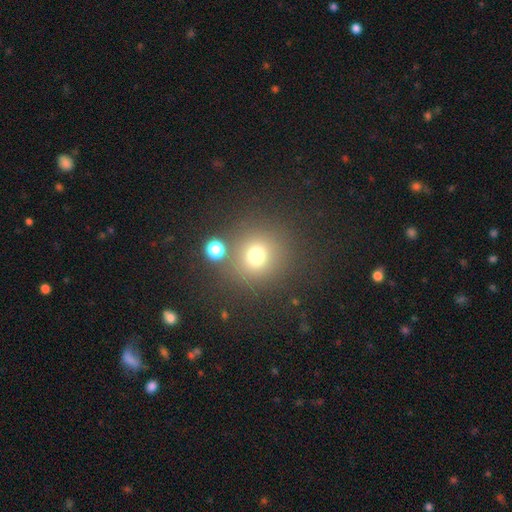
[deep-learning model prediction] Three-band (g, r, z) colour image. It shows a smooth galaxy with no disk features (72%) that is round (90%). Merging: none (79%).